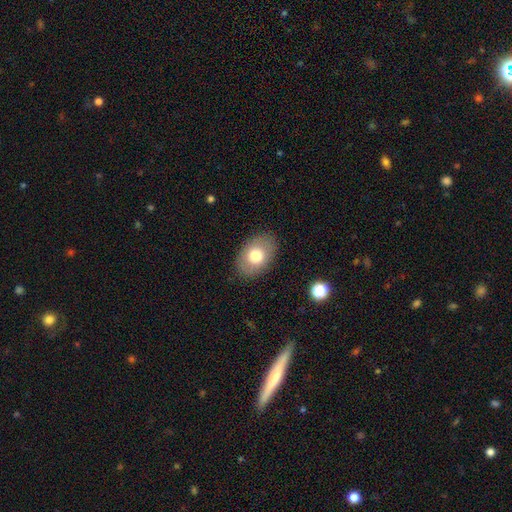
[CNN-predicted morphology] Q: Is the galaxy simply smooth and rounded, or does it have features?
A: smooth — 76%.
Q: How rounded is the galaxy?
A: in between — 83%.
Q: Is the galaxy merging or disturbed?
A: none — 86%.